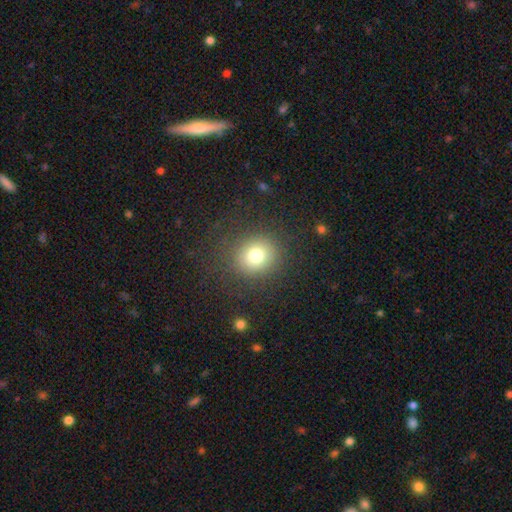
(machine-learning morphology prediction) smooth-or-featured: smooth: 76% | star or artifact: 14% | featured or disk: 9%
  how-rounded: round: 84% | in between: 16% | cigar-shaped: 1%
  merging: none: 85% | minor disturbance: 8% | major disturbance: 6% | merger: 1%